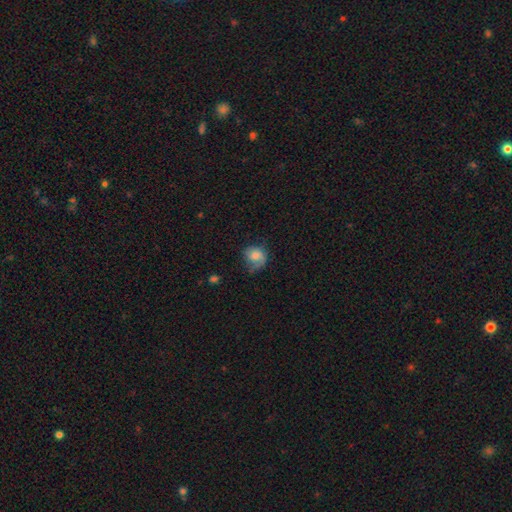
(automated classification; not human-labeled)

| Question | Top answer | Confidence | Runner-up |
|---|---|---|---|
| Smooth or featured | smooth | 67% | featured or disk (24%) |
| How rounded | round | 63% | in between (36%) |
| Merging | none | 41% | minor disturbance (33%) |